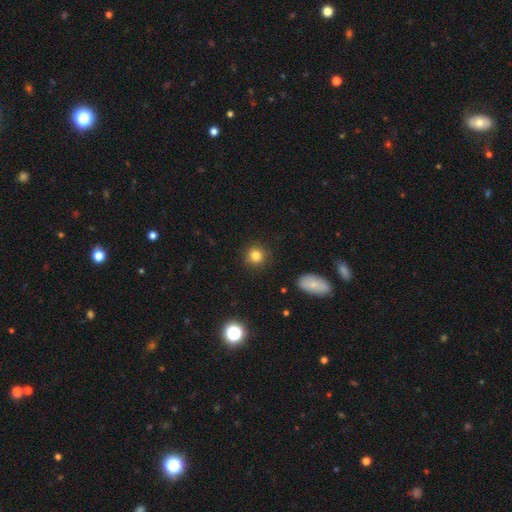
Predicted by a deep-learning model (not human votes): Morphology: type=smooth (82%); roundness=round (91%); merging=none (88%).